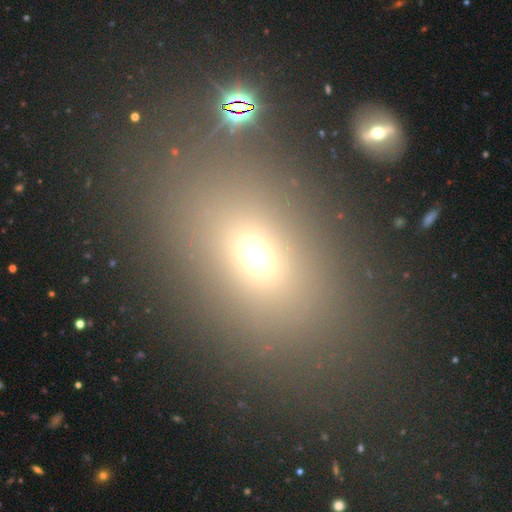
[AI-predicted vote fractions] Smooth or featured? Predicted: smooth (p=0.66). How rounded? Predicted: in between (p=0.74). Merging? Predicted: none (p=0.75).